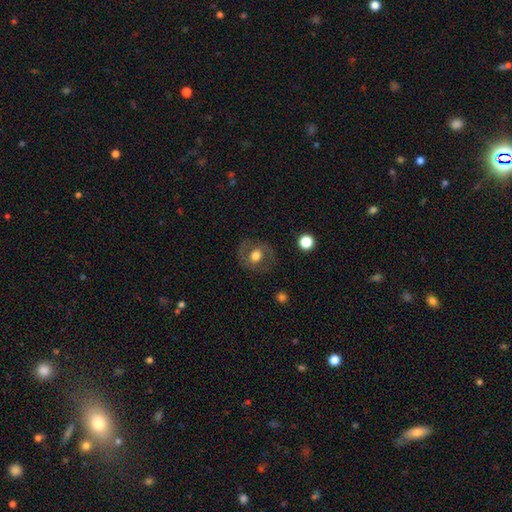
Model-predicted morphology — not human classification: A smooth galaxy with no disk features (51%) that is round (67%).

Vote fractions:
- Smooth or featured? smooth: 51% / featured or disk: 41% / star or artifact: 8%
- How rounded? round: 67% / in between: 31% / cigar-shaped: 1%
- Merging? none: 77% / minor disturbance: 13% / major disturbance: 8% / merger: 1%